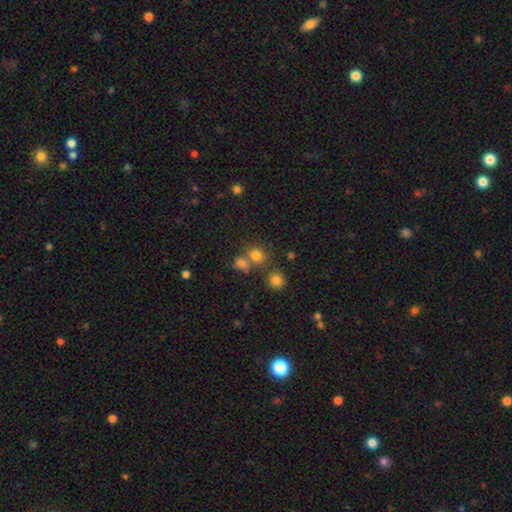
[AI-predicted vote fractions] Q: Smooth or featured?
A: smooth (76%); runner-up: star or artifact (17%)
Q: How rounded?
A: round (74%); runner-up: in between (25%)
Q: Merging?
A: none (57%); runner-up: merger (28%)